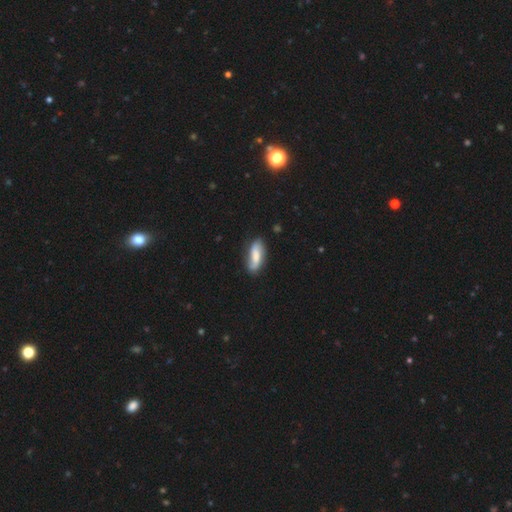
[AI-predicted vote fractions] Q: Smooth or featured?
A: smooth (52%); runner-up: featured or disk (41%)
Q: How rounded?
A: in between (73%); runner-up: cigar-shaped (25%)
Q: Merging?
A: none (76%); runner-up: minor disturbance (18%)